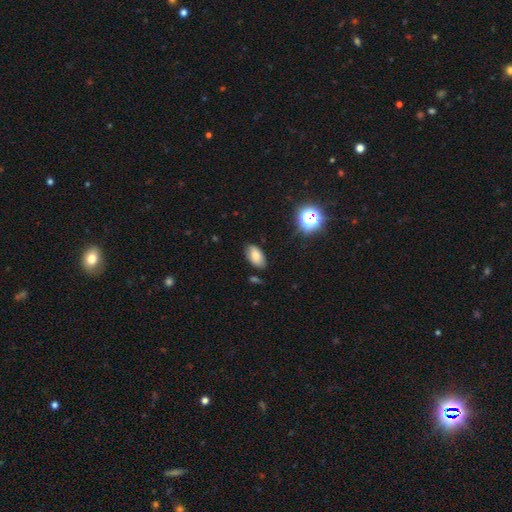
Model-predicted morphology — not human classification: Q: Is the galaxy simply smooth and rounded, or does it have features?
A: smooth — 81%.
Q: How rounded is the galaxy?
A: in between — 94%.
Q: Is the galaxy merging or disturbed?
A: none — 81%.